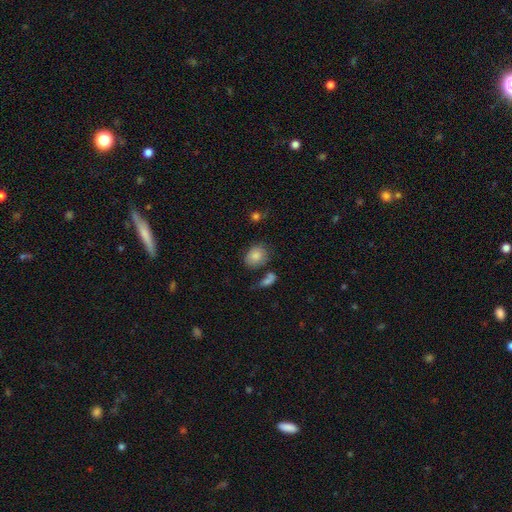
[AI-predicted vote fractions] smooth 82%, featured or disk 10%, star or artifact 9%. Down the decision tree: how rounded — in between (51%); merging — none (61%).